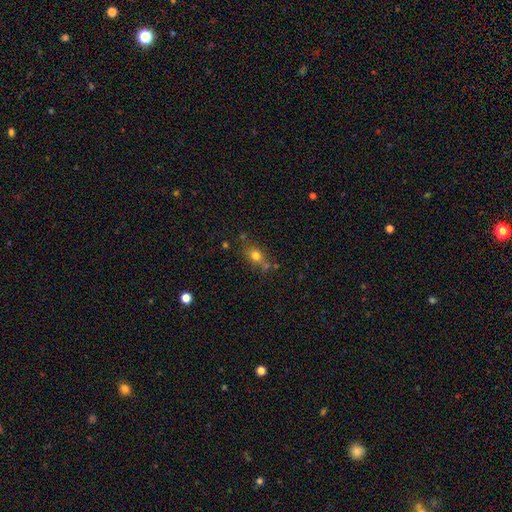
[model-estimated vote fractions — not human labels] The model was most divided on "how rounded": in between: 49%, round: 48%, cigar-shaped: 3%. More confident: smooth or featured — smooth (74%); merging — none (63%).